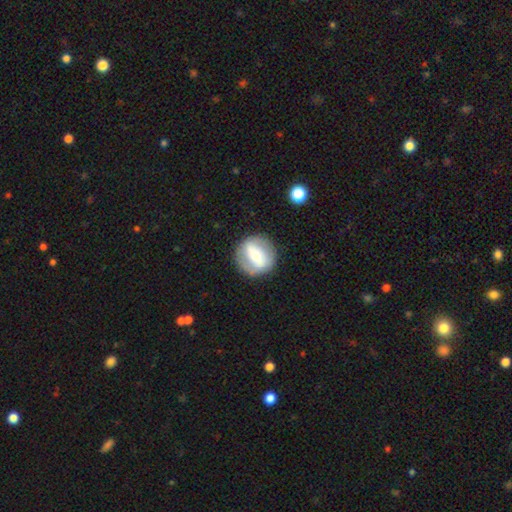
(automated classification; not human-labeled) A featured or disk galaxy (55%) with a strong bar (49%), no spiral arms (57%) and a moderate central bulge (51%).

Vote fractions:
- Smooth or featured? featured or disk: 55% / smooth: 39% / star or artifact: 7%
- Edge-on disk? no: 93% / yes: 7%
- Bar? strong: 49% / weak: 30% / no: 22%
- Spiral arms? no: 57% / yes: 43%
- Bulge size? moderate: 51% / small: 39% / large: 7% / dominant: 2% / none: 2%
- Merging? none: 84% / minor disturbance: 10% / major disturbance: 5% / merger: 1%